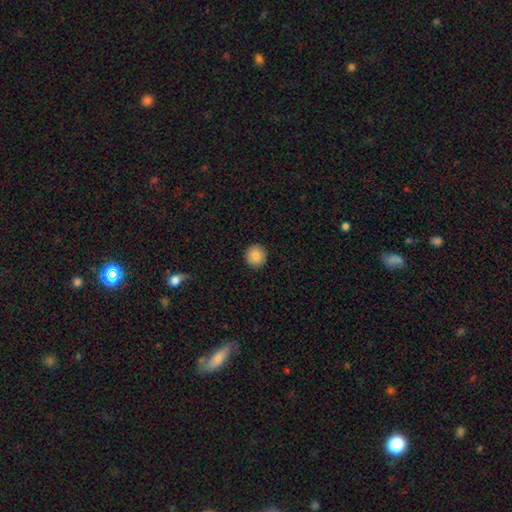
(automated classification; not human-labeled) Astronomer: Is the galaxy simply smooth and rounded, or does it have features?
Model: smooth — 87%.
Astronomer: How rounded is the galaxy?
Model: round — 94%.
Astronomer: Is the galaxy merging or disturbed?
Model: none — 93%.